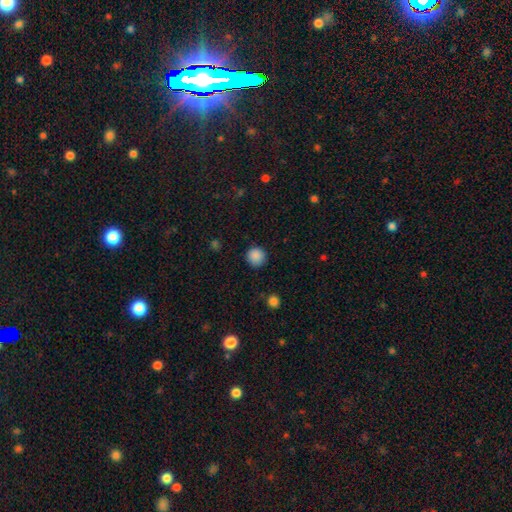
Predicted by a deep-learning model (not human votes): Smooth or featured? smooth (88%)
How rounded? round (94%)
Merging? none (89%)